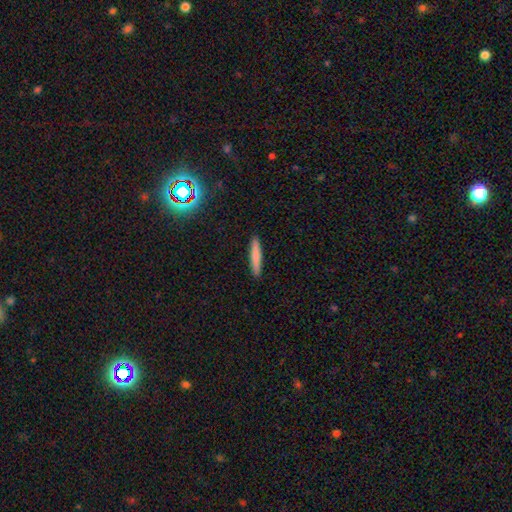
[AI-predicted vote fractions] A smooth galaxy with no disk features (79%) that is cigar-shaped (92%). Merging: none (92%).